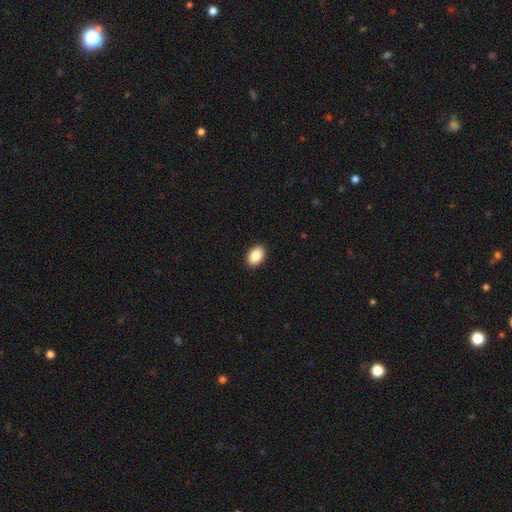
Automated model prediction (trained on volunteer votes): Overall: smooth (86%). How rounded: in between (82%). Merging: none (91%).